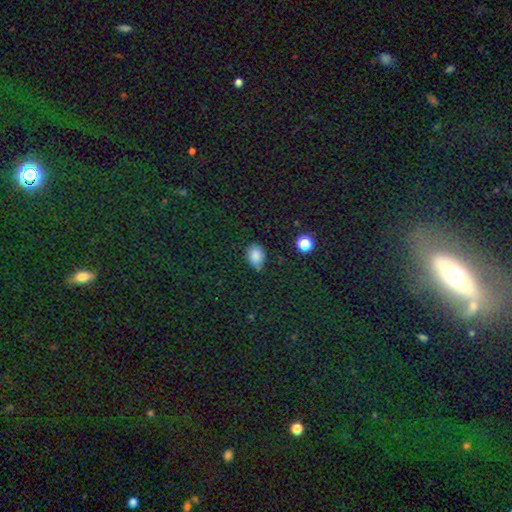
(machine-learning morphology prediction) Overall: smooth (83%). How rounded: in between (68%; round 31%). Merging: none (62%; minor disturbance 30%).